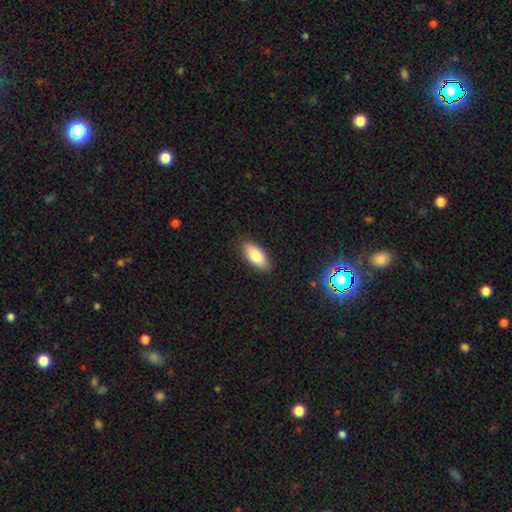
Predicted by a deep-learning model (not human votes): smooth 84%, featured or disk 10%, star or artifact 7%. Down the decision tree: how rounded — in between (89%); merging — none (87%).